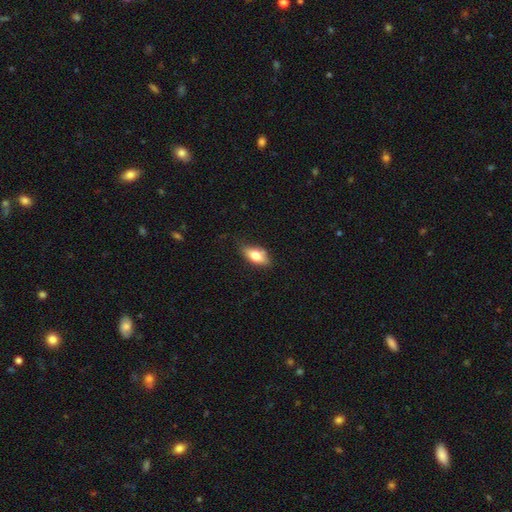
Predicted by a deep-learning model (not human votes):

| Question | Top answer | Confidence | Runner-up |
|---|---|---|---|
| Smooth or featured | smooth | 71% | featured or disk (22%) |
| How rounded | in between | 84% | cigar-shaped (11%) |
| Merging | none | 72% | minor disturbance (21%) |